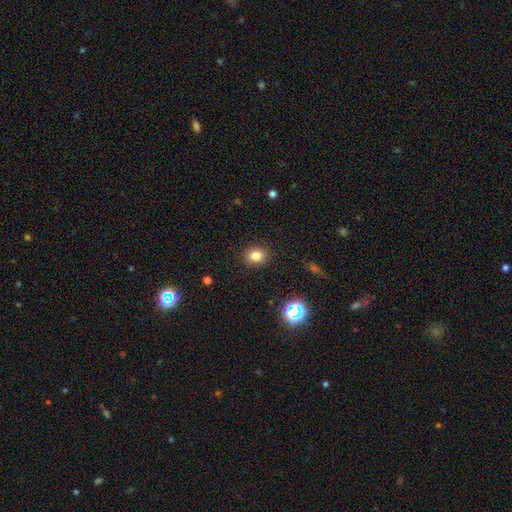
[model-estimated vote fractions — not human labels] This is clearly a smooth galaxy (81%). How rounded: likely round (62%). Merging: clearly none (89%).